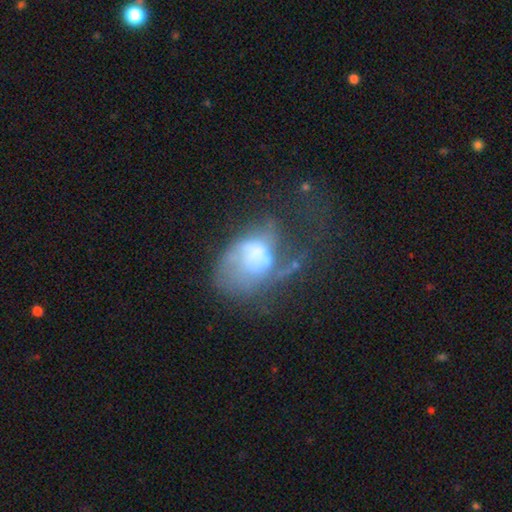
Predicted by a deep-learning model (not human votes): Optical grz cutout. It shows a featured or disk galaxy (49%). Merging: major disturbance (55%).